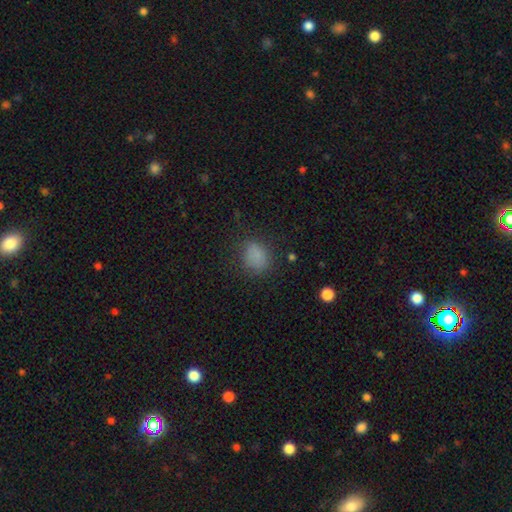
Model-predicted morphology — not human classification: Smooth or featured? Predicted: smooth (p=0.81). How rounded? Predicted: round (p=0.56). Merging? Predicted: none (p=0.73).